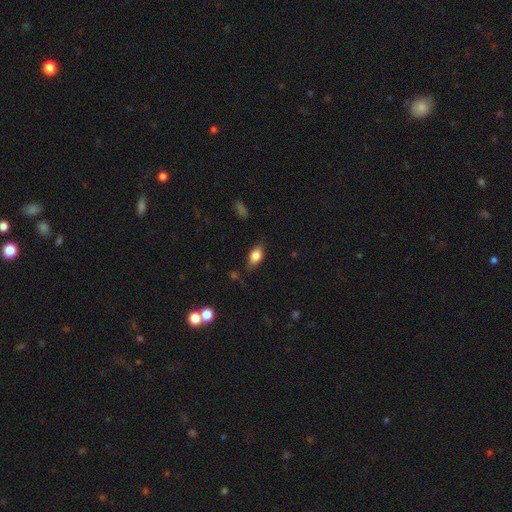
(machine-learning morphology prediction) Smooth or featured? Predicted: smooth (p=0.80). How rounded? Predicted: in between (p=0.86). Merging? Predicted: none (p=0.75).